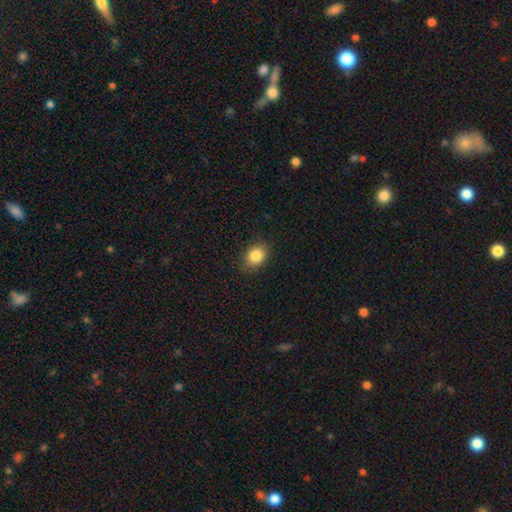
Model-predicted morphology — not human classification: Smooth or featured?
  - smooth: 85% *
  - star or artifact: 9%
  - featured or disk: 6%
How rounded?
  - in between: 56% *
  - round: 42%
  - cigar-shaped: 1%
Merging?
  - none: 84% *
  - minor disturbance: 12%
  - major disturbance: 3%
  - merger: 1%